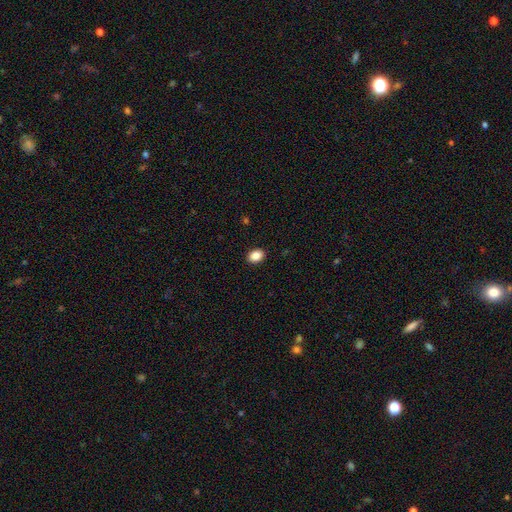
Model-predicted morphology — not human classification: Smooth or featured? smooth (88%)
How rounded? in between (77%)
Merging? none (91%)